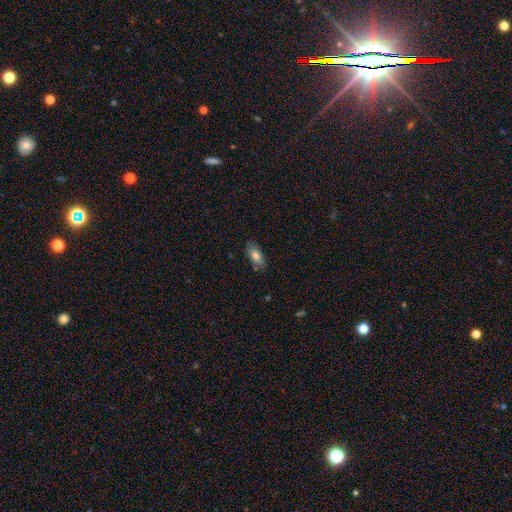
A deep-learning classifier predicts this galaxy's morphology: Smooth or featured? Predicted: smooth (p=0.79). How rounded? Predicted: in between (p=0.88). Merging? Predicted: none (p=0.82).